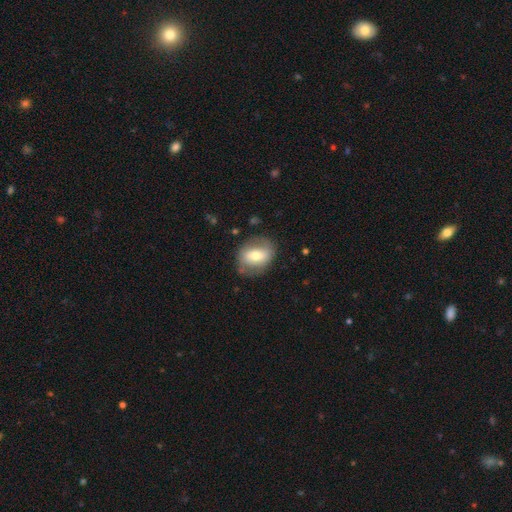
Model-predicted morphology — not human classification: smooth-or-featured: smooth: 50% | featured or disk: 43% | star or artifact: 7%
  how-rounded: in between: 53% | round: 45% | cigar-shaped: 1%
  merging: none: 74% | minor disturbance: 17% | major disturbance: 7% | merger: 1%